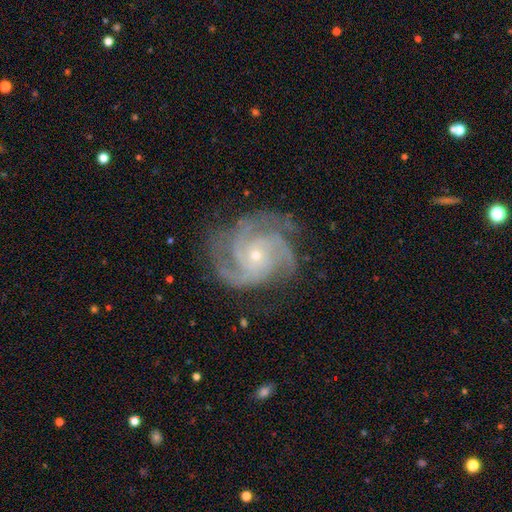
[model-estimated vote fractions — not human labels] Overall: featured or disk (92%). Edge-on disk: no (98%). Bar: no (75%). Spiral arms: yes (98%). Spiral arm count: 3 (53%; 4 20%). Spiral winding: tight (53%; medium 42%). Bulge size: small (79%). Merging: none (75%).